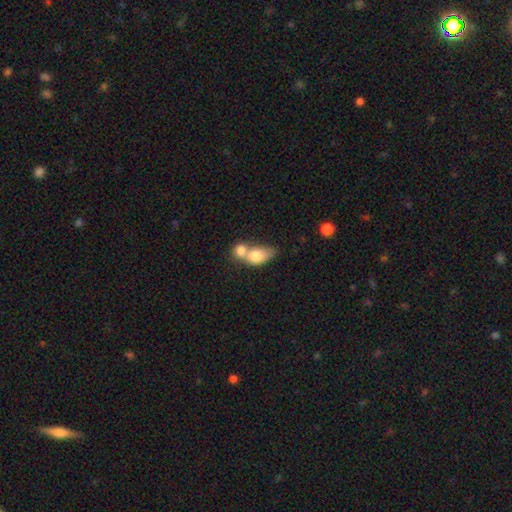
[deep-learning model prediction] Overall: smooth (75%). How rounded: in between (72%). Merging: merger (73%).